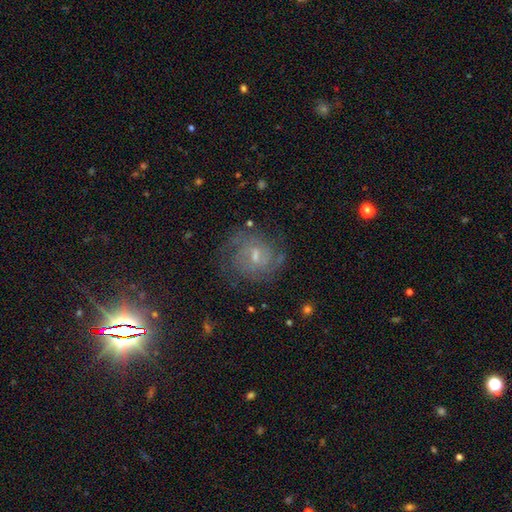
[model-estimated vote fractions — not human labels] smooth_or_featured: featured or disk (p=0.75) [alt: smooth p=0.15]
disk_edge_on: no (p=0.97) [alt: yes p=0.03]
bar: weak (p=0.59) [alt: no p=0.30]
has_spiral_arms: yes (p=0.91) [alt: no p=0.09]
spiral_winding: tight (p=0.53) [alt: medium p=0.36]
spiral_arm_count: can't tell (p=0.37) [alt: 2 p=0.34]
bulge_size: small (p=0.52) [alt: moderate p=0.38]
merging: none (p=0.70) [alt: minor disturbance p=0.17]